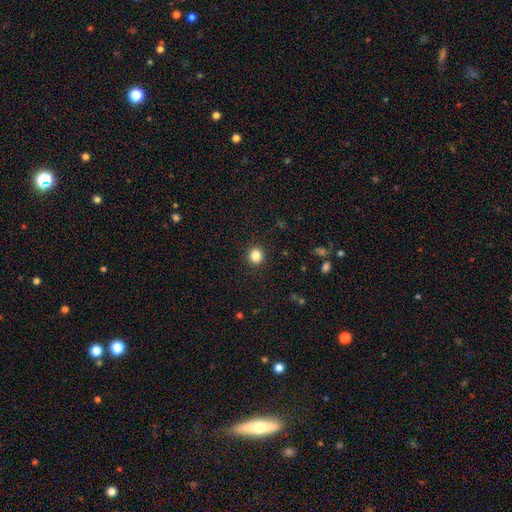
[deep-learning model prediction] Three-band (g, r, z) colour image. It shows a smooth galaxy with no disk features (84%) that is round (86%). Merging: none (92%).